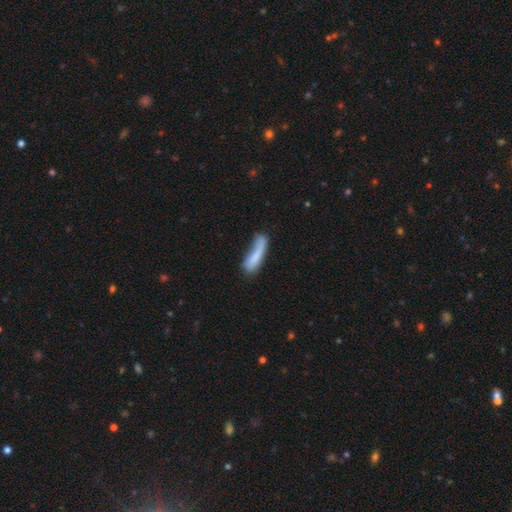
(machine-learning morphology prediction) Smooth or featured?
  - smooth: 75% *
  - featured or disk: 18%
  - star or artifact: 8%
How rounded?
  - cigar-shaped: 74% *
  - in between: 24%
  - round: 2%
Merging?
  - none: 42% *
  - minor disturbance: 29%
  - major disturbance: 18%
  - merger: 11%